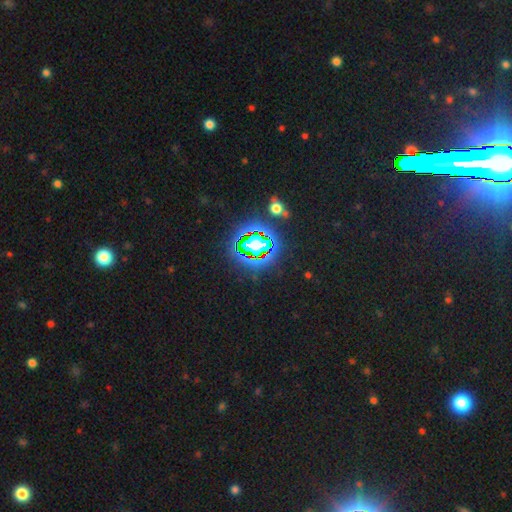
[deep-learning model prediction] smooth_or_featured: star or artifact (p=0.83) [alt: smooth p=0.10]